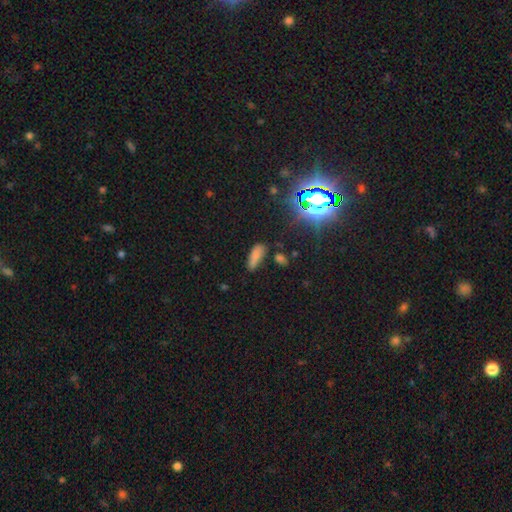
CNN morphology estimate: type=smooth (75%); roundness=in between (63%); merging=none (61%).